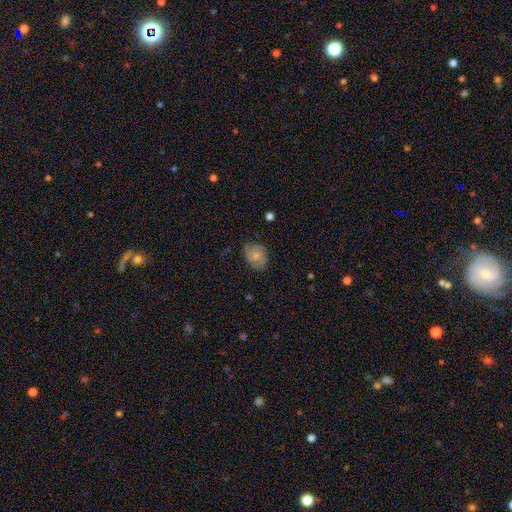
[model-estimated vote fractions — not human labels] This is likely a smooth galaxy (63%). How rounded: possibly in between (57%). Merging: likely none (72%).